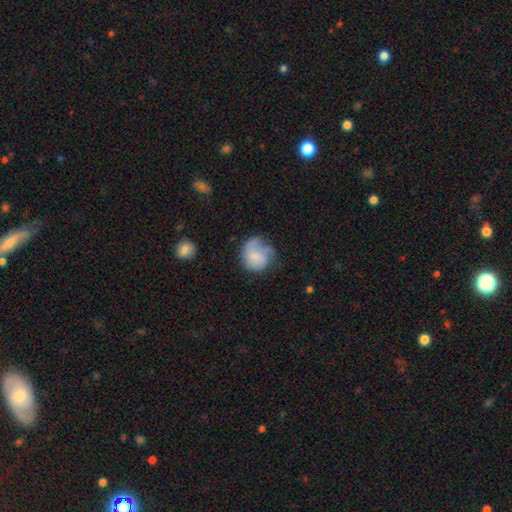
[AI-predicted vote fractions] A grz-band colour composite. It shows a smooth galaxy with no disk features (62%) that is round (75%). Merging: none (41%).